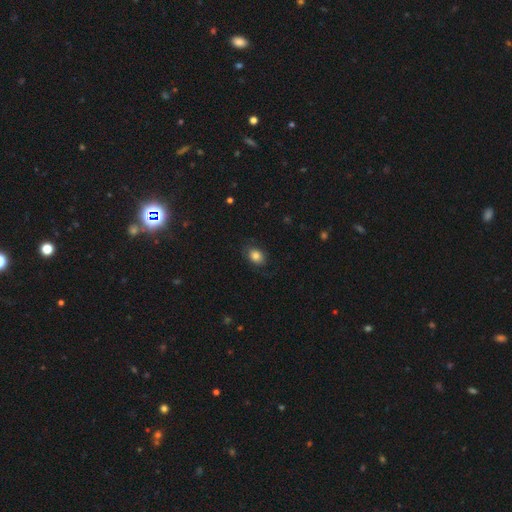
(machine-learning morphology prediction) This is clearly a smooth galaxy (81%). How rounded: likely in between (68%). Merging: likely none (77%).